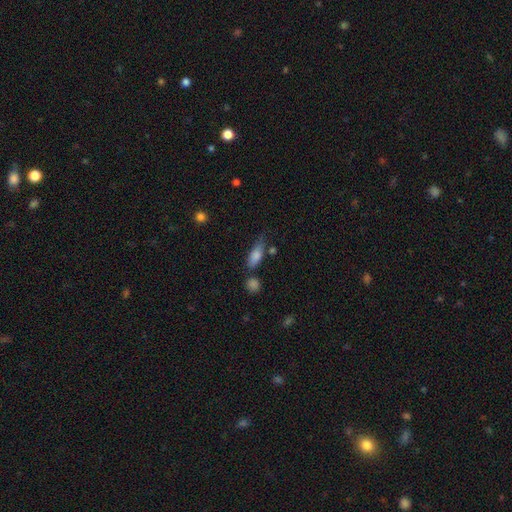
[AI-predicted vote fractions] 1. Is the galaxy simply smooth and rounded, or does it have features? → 73% smooth, 16% featured or disk, 10% star or artifact.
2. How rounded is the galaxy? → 64% in between, 32% cigar-shaped, 4% round.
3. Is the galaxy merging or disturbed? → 51% none, 28% minor disturbance, 11% merger, 10% major disturbance.